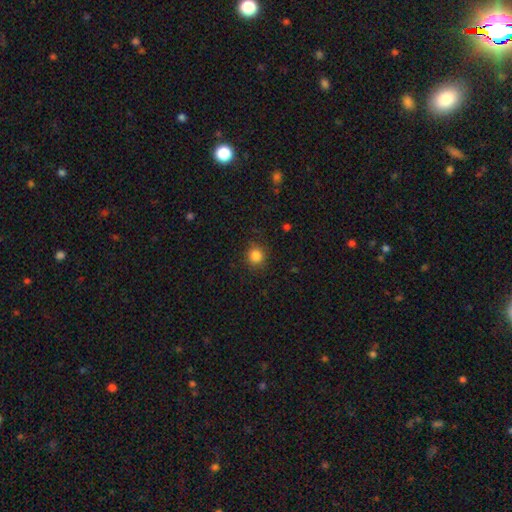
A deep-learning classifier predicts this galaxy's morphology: This appears to be a smooth galaxy with no disk features (84%) that is round (89%). Merging: none (88%).